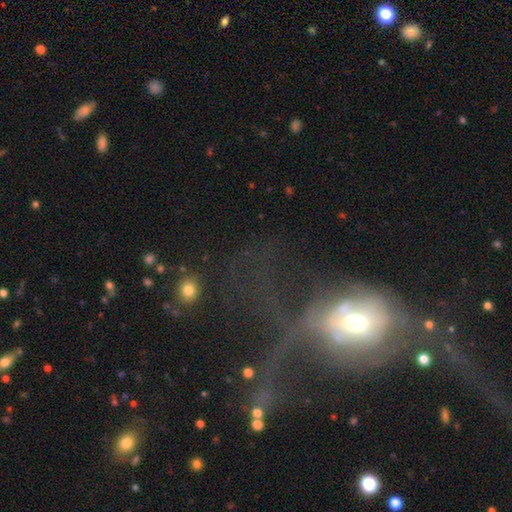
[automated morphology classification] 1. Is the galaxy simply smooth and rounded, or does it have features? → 38% smooth, 36% featured or disk, 26% star or artifact.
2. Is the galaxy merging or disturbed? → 54% major disturbance, 22% none, 12% merger, 12% minor disturbance.